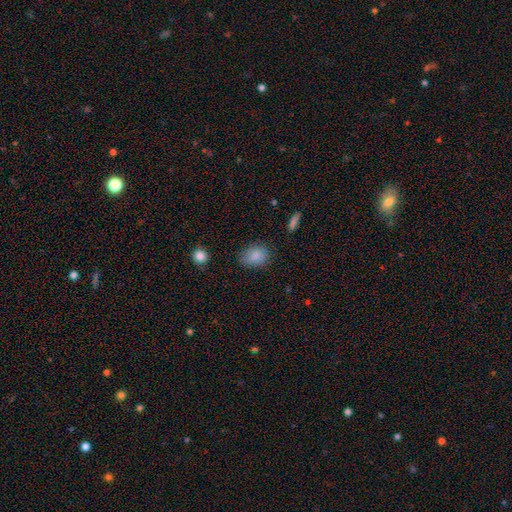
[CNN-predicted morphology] type=smooth (85%); roundness=in between (58%); merging=none (74%).